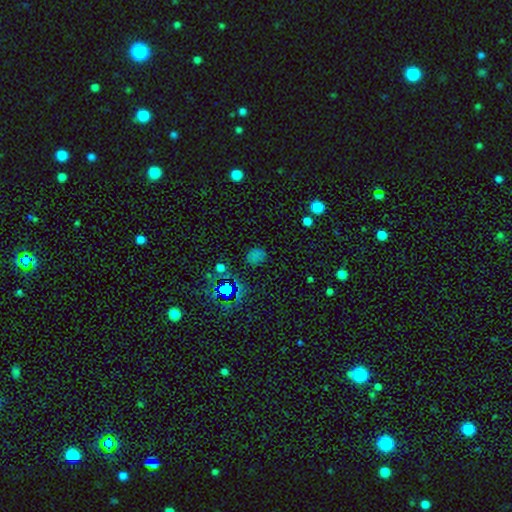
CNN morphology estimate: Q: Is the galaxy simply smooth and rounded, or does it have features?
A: smooth — 54%.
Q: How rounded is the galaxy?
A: round — 67%.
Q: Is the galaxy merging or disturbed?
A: none — 80%.